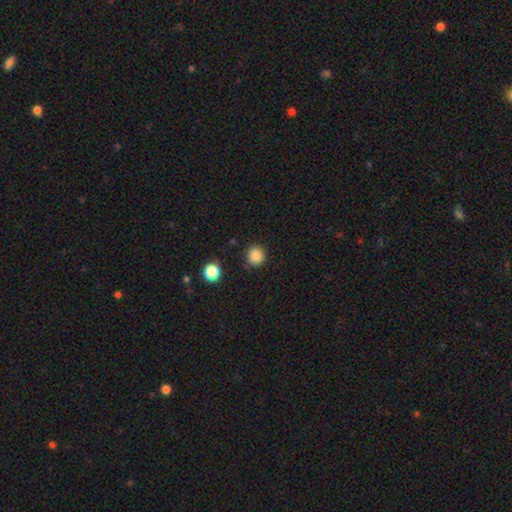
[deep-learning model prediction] This is clearly a smooth galaxy (85%). How rounded: clearly round (90%). Merging: clearly none (85%).